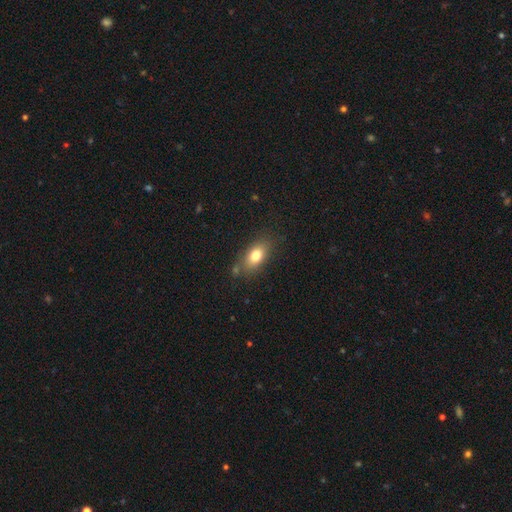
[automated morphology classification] The model was most divided on "merging": none: 74%, minor disturbance: 16%, merger: 5%, major disturbance: 5%. More confident: how rounded — in between (83%); smooth or featured — smooth (77%).